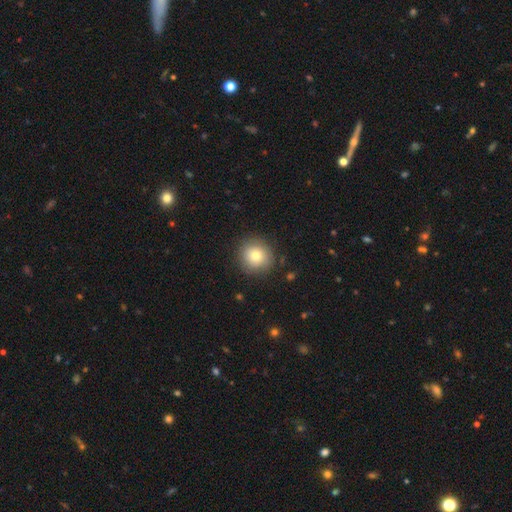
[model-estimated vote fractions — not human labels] Morphology: type=smooth (78%); roundness=round (93%); merging=none (86%).